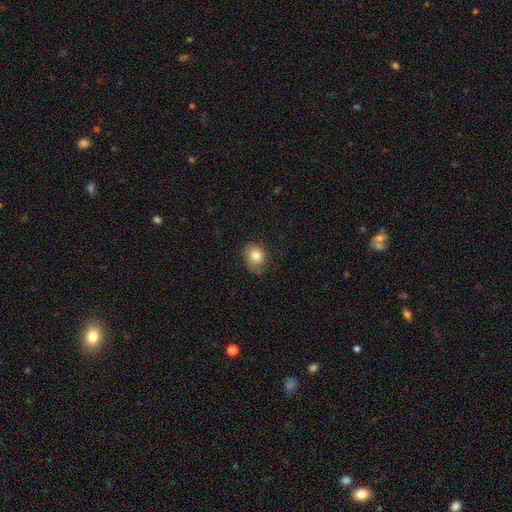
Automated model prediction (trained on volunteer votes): Smooth or featured? Predicted: smooth (p=0.81). How rounded? Predicted: round (p=0.52). Merging? Predicted: none (p=0.70).